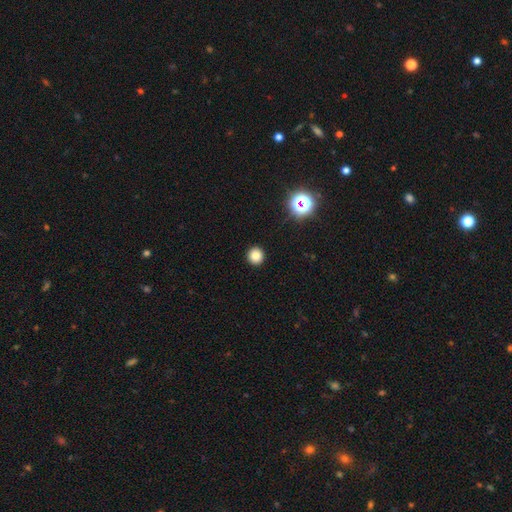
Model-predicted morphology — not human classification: Smooth or featured: smooth — 81% (star or artifact — 14%)
How rounded: round — 94% (in between — 5%)
Merging: none — 93% (minor disturbance — 4%)